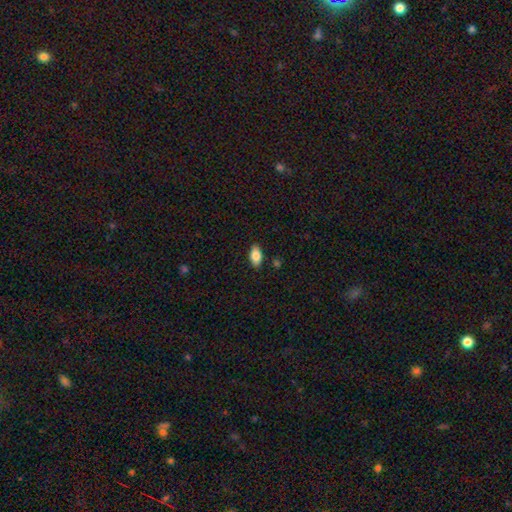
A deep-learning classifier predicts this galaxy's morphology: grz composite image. It shows a smooth galaxy with no disk features (83%) that is in between round and cigar-shaped (93%). Merging: none (86%).